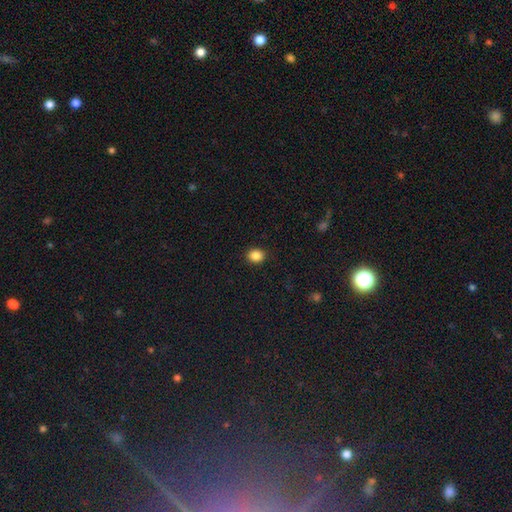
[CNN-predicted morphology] Smooth or featured? smooth (86%)
How rounded? round (65%)
Merging? none (90%)